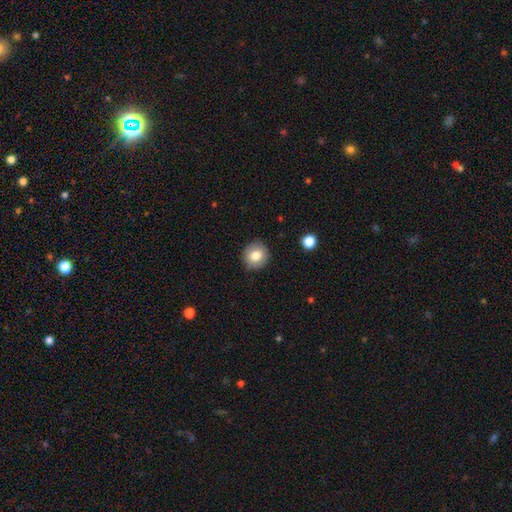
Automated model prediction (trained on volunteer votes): A smooth galaxy with no disk features (81%) that is round (88%). Merging: none (88%).